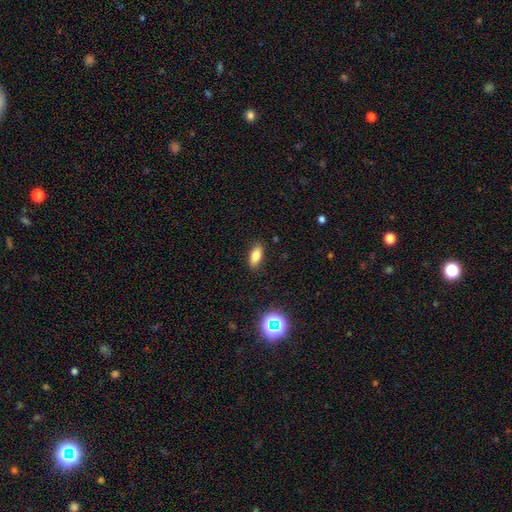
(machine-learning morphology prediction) A smooth galaxy with no disk features (81%) that is in between round and cigar-shaped (83%). Merging: none (88%).